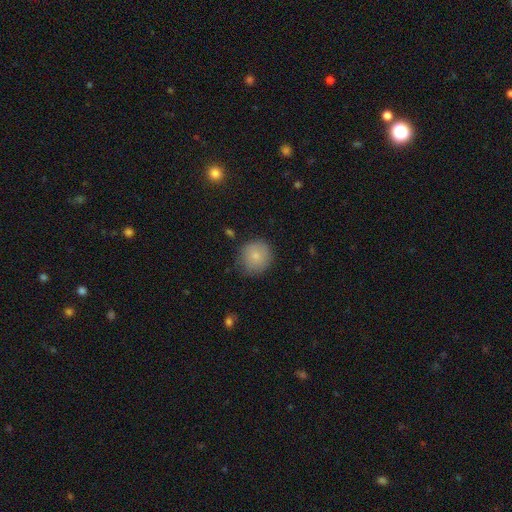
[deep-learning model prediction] Q: Smooth or featured?
A: smooth (80%); runner-up: featured or disk (11%)
Q: How rounded?
A: round (91%); runner-up: in between (9%)
Q: Merging?
A: none (77%); runner-up: minor disturbance (17%)